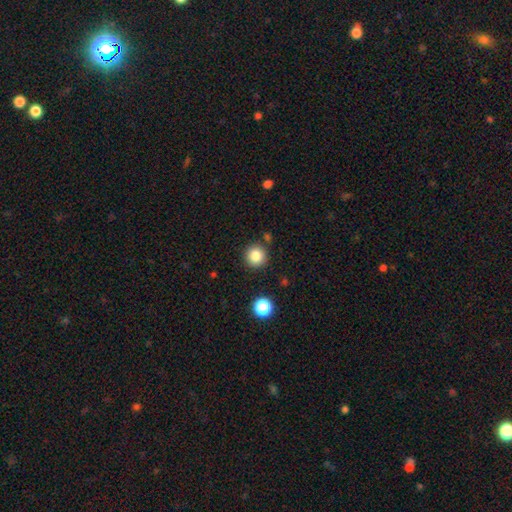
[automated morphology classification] This appears to be a smooth galaxy with no disk features (84%) that is round (95%). Merging: none (88%).